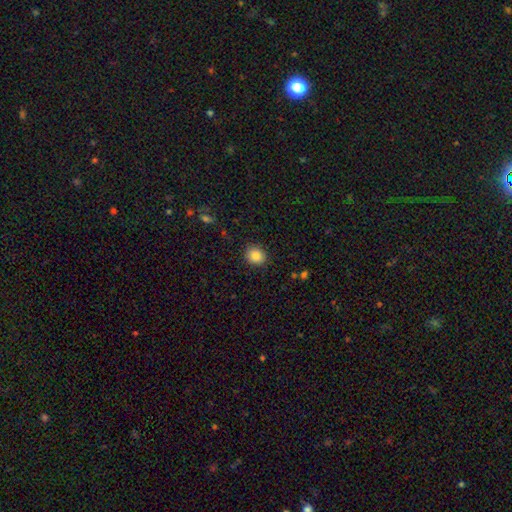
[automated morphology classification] type=smooth (85%); roundness=round (78%); merging=none (89%).